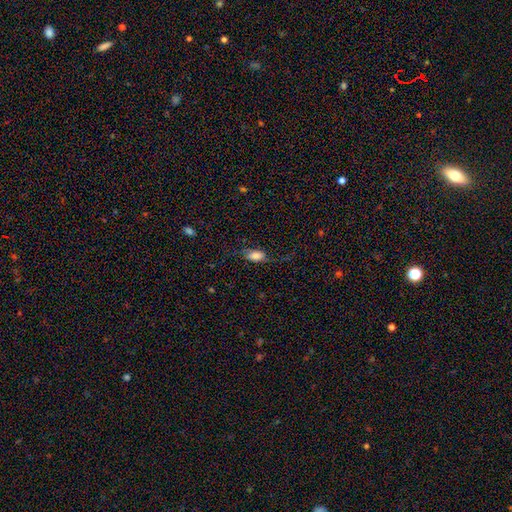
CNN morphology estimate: smooth 67%, featured or disk 24%, star or artifact 9%. Down the decision tree: how rounded — in between (88%); merging — none (63%).